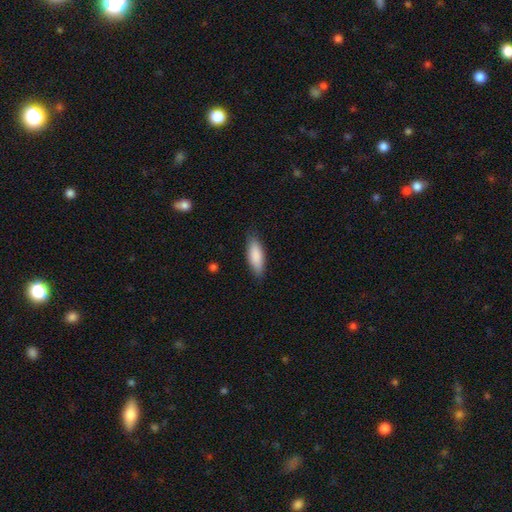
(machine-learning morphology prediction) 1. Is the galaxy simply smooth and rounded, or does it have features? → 87% smooth, 8% featured or disk, 5% star or artifact.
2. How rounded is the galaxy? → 64% in between, 34% cigar-shaped, 2% round.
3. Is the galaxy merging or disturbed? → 84% none, 13% minor disturbance, 3% major disturbance, 1% merger.